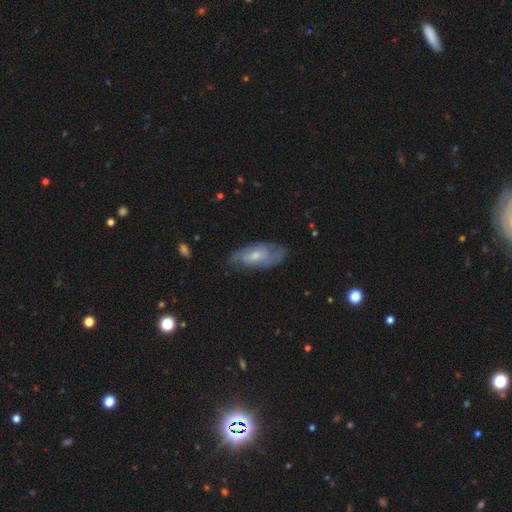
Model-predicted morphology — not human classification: Smooth or featured?
  - featured or disk: 49% *
  - smooth: 44%
  - star or artifact: 7%
Merging?
  - none: 65% *
  - minor disturbance: 25%
  - major disturbance: 8%
  - merger: 1%